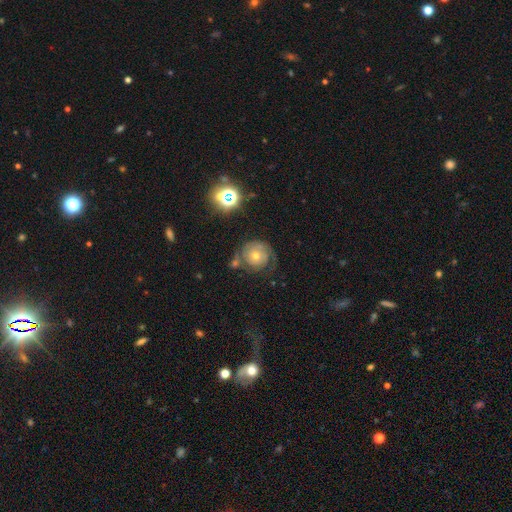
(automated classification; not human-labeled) Smooth or featured? featured or disk (61%)
Edge-on disk? no (97%)
Bar? no (84%)
Spiral arms? yes (82%)
Bulge size? moderate (53%)
Merging? none (58%)